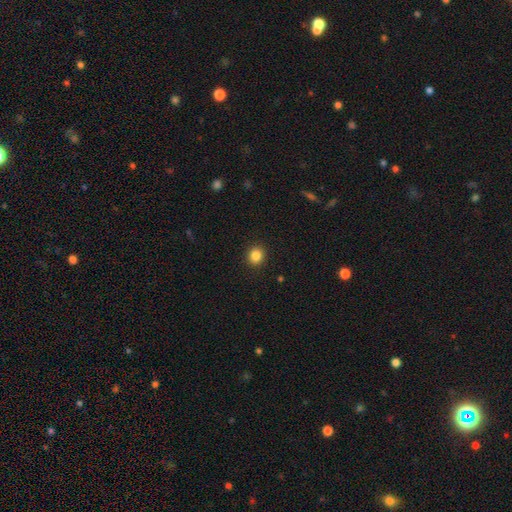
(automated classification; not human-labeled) smooth-or-featured: smooth: 85% | star or artifact: 11% | featured or disk: 4%
  how-rounded: round: 86% | in between: 13% | cigar-shaped: 1%
  merging: none: 92% | minor disturbance: 5% | major disturbance: 2% | merger: 1%